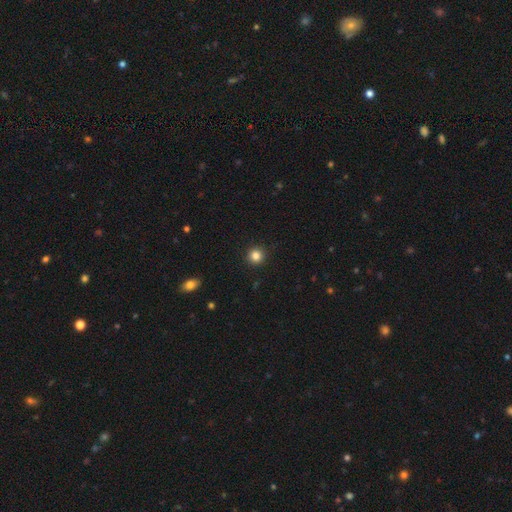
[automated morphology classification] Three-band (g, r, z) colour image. It shows a smooth galaxy with no disk features (84%) that is round (94%). Merging: none (92%).